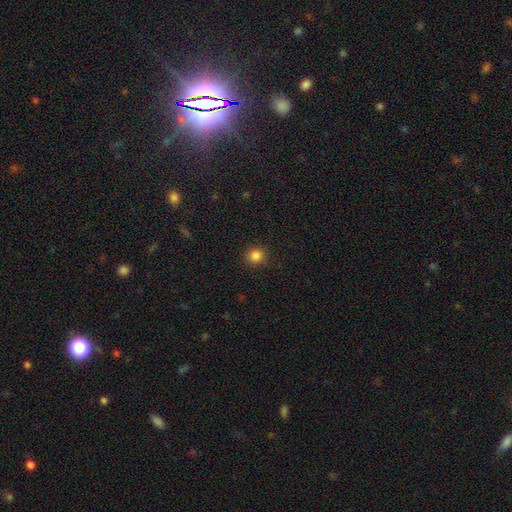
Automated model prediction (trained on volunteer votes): Smooth or featured? Predicted: smooth (p=0.85). How rounded? Predicted: round (p=0.92). Merging? Predicted: none (p=0.90).